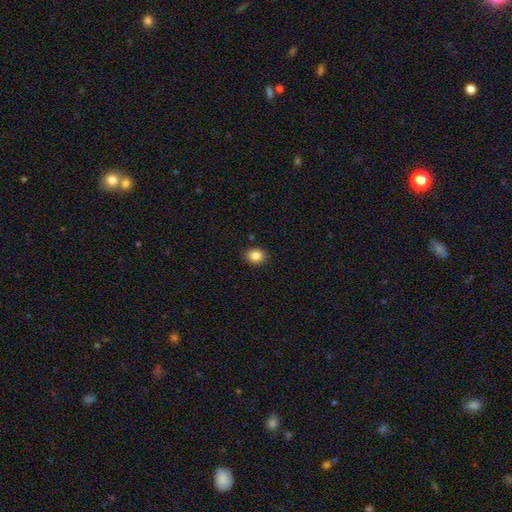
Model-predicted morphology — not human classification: Smooth or featured: smooth — 85% (star or artifact — 10%)
How rounded: round — 56% (in between — 43%)
Merging: none — 90% (minor disturbance — 7%)